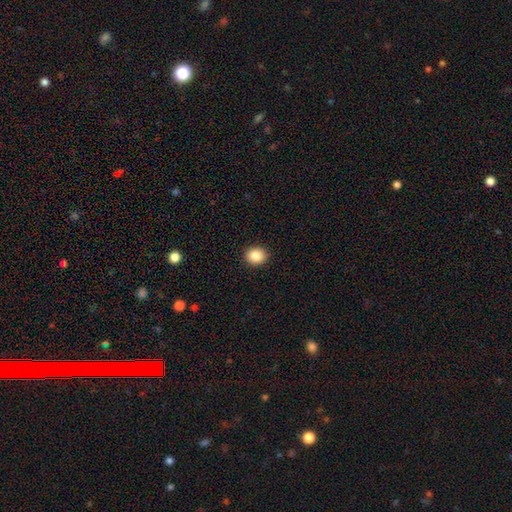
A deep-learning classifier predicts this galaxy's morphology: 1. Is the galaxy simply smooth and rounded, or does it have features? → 87% smooth, 9% star or artifact, 4% featured or disk.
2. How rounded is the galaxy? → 72% round, 28% in between, 1% cigar-shaped.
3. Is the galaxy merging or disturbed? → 92% none, 5% minor disturbance, 2% major disturbance, 1% merger.